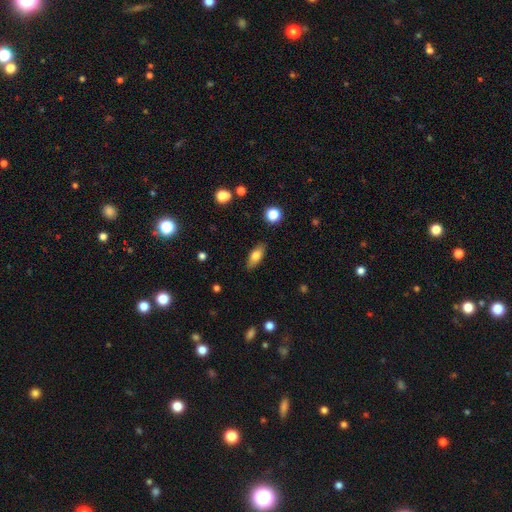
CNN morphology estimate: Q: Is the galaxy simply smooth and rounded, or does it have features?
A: smooth — 73%.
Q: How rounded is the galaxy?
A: in between — 79%.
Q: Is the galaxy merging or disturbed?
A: none — 86%.